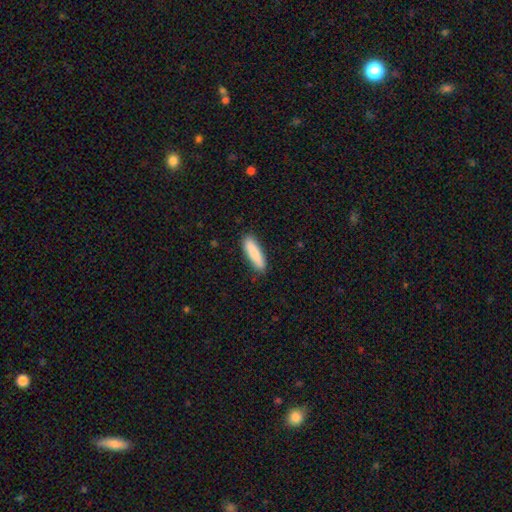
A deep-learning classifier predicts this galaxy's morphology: Smooth or featured: smooth — 85% (featured or disk — 10%)
How rounded: cigar-shaped — 72% (in between — 27%)
Merging: none — 86% (minor disturbance — 11%)